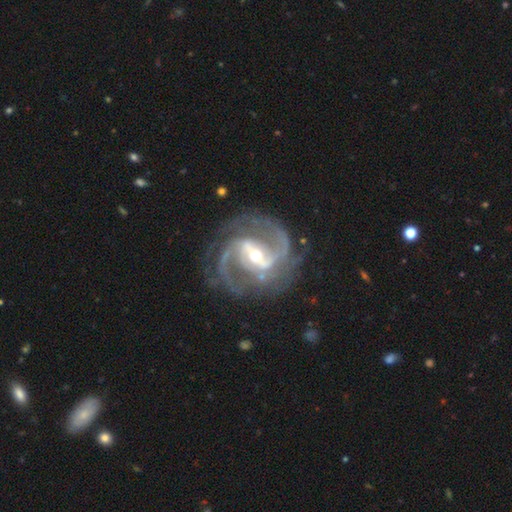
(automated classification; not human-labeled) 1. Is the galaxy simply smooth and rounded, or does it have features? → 93% featured or disk, 5% star or artifact, 3% smooth.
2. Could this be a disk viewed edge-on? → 98% no, 2% yes.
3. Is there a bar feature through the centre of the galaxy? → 51% strong, 36% weak, 13% no.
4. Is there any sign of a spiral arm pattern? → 98% yes, 2% no.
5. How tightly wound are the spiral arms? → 57% medium, 27% tight, 16% loose.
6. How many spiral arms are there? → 67% 2, 17% 3, 5% can't tell, 4% 4, 3% 1, 3% more than 4.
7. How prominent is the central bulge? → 50% moderate, 45% small, 3% large, 1% none, 1% dominant.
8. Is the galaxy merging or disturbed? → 74% none, 15% minor disturbance, 9% major disturbance, 2% merger.